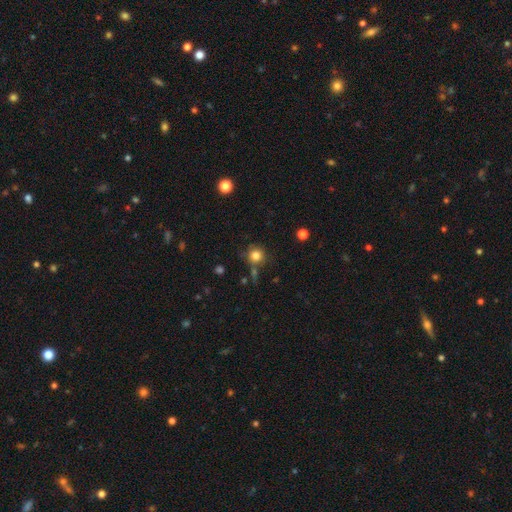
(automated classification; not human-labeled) A smooth galaxy with no disk features (81%) that is round (93%). Merging: none (76%).